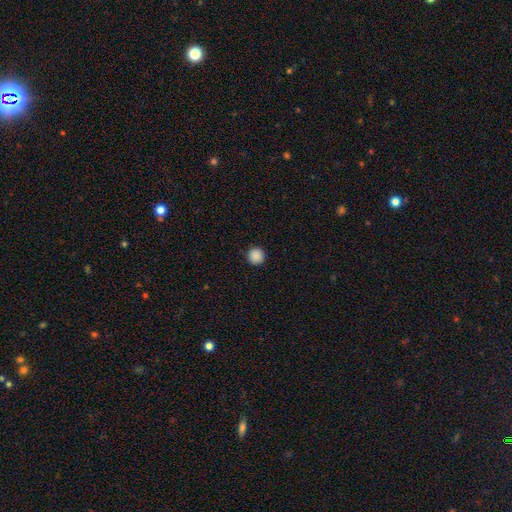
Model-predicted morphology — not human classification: smooth-or-featured: smooth: 89% | star or artifact: 9% | featured or disk: 2%
  how-rounded: round: 96% | in between: 3% | cigar-shaped: 1%
  merging: none: 92% | minor disturbance: 5% | major disturbance: 2% | merger: 1%